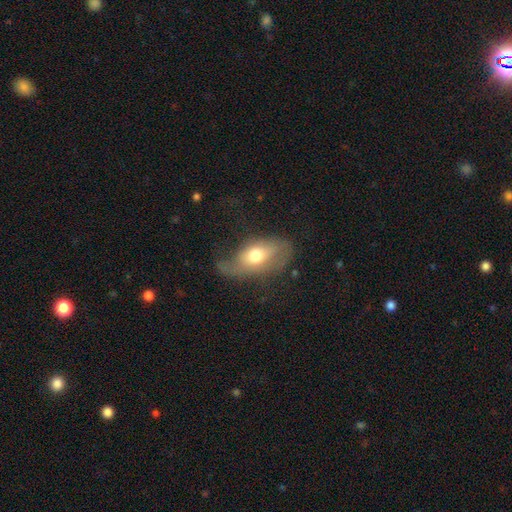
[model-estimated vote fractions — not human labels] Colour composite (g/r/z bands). It shows a smooth galaxy with no disk features (53%) that is in between round and cigar-shaped (86%). Merging: major disturbance (37%).